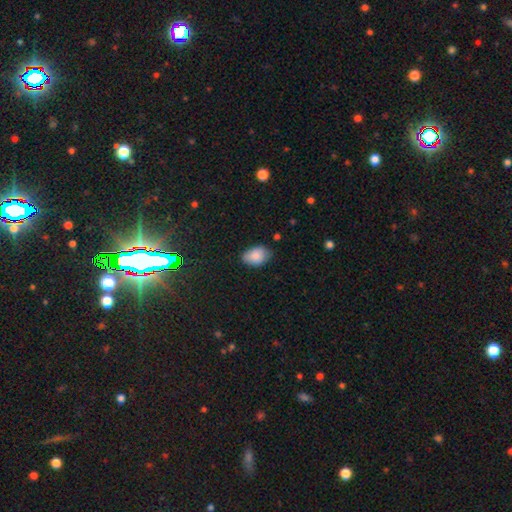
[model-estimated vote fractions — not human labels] A smooth galaxy with no disk features (85%) that is in between round and cigar-shaped (87%). Merging: none (74%).